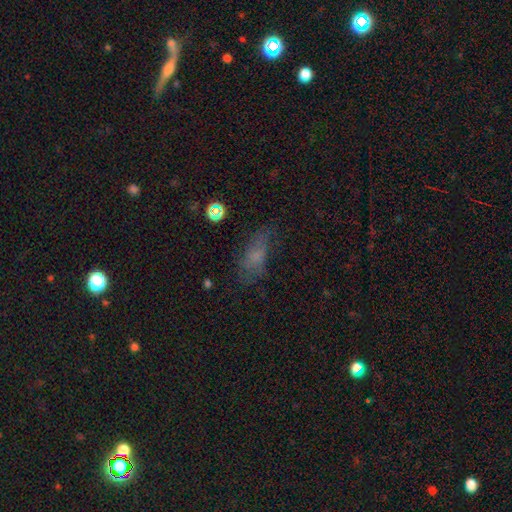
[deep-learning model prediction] Q: Smooth or featured?
A: smooth (60%); runner-up: featured or disk (23%)
Q: How rounded?
A: in between (75%); runner-up: cigar-shaped (19%)
Q: Merging?
A: none (54%); runner-up: minor disturbance (26%)